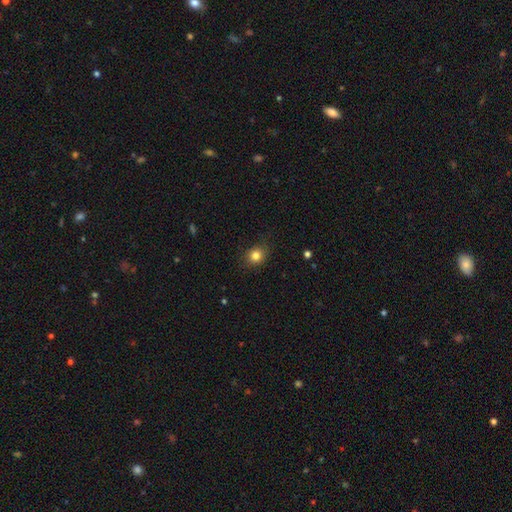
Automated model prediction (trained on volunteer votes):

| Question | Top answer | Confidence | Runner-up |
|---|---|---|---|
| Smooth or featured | smooth | 82% | star or artifact (11%) |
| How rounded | round | 67% | in between (32%) |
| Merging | none | 83% | minor disturbance (13%) |